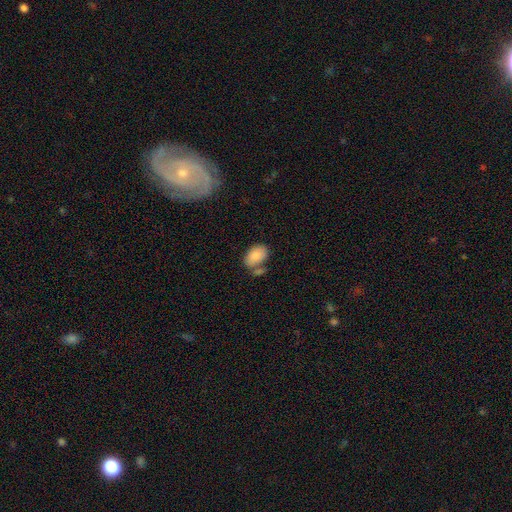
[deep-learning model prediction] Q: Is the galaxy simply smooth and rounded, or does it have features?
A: smooth — 87%.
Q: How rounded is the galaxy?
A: in between — 88%.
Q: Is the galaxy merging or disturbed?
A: none — 53%.